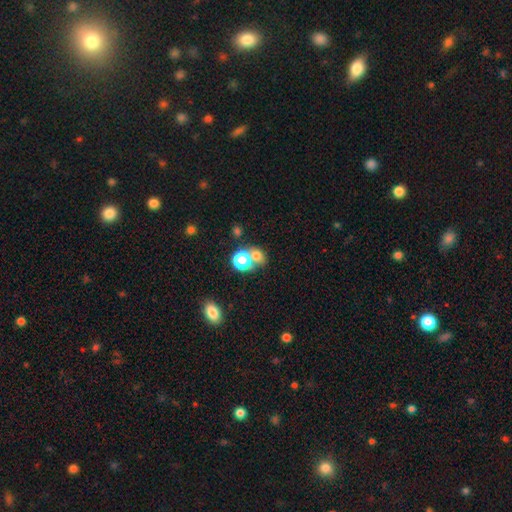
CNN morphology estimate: Overall: smooth (71%). How rounded: round (63%; in between 35%). Merging: none (44%; merger 43%).